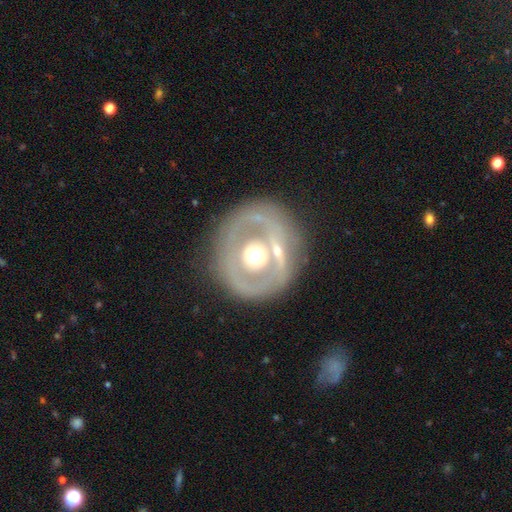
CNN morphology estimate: This appears to be a featured or disk galaxy (65%) with no bar (81%), no spiral arms (80%) and a moderate central bulge (70%). Merging: none (67%).